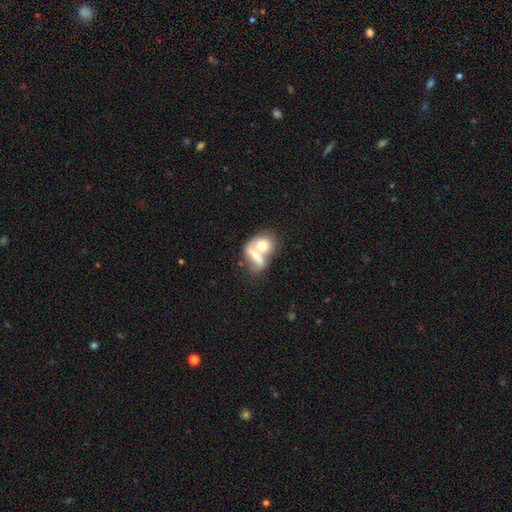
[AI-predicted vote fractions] Smooth or featured? smooth (61%)
How rounded? in between (57%)
Merging? merger (69%)